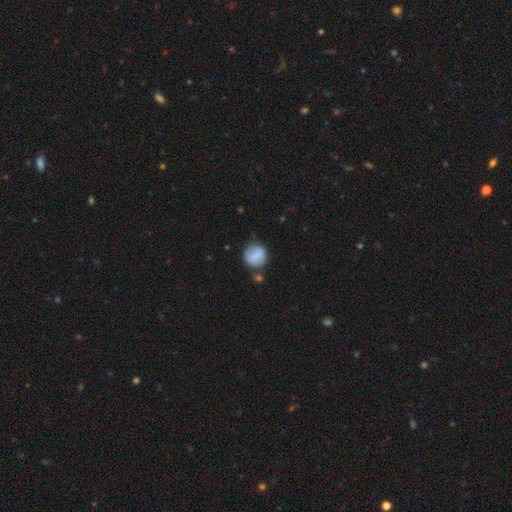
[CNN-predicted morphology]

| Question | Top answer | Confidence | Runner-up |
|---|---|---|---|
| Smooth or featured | smooth | 67% | featured or disk (25%) |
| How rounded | round | 85% | in between (13%) |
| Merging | none | 70% | minor disturbance (17%) |